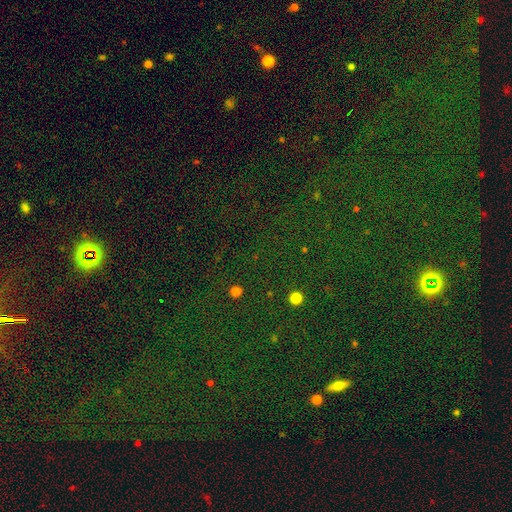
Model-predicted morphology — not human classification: Smooth or featured: star or artifact — 79% (smooth — 12%)